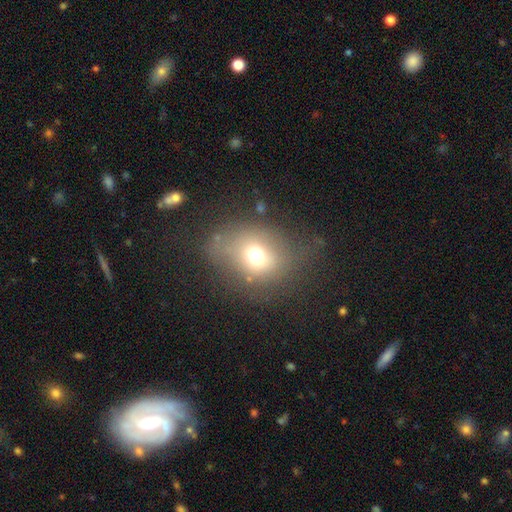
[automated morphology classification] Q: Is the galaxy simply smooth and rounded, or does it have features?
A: smooth — 63%.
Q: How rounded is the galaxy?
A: round — 60%.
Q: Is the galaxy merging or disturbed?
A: none — 58%.